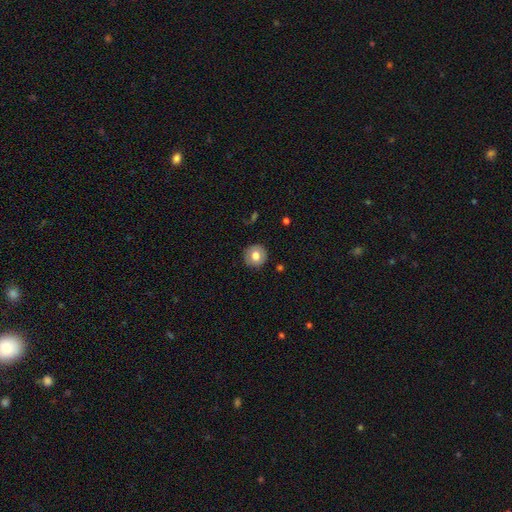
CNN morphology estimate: Smooth or featured?
  - smooth: 75% *
  - featured or disk: 17%
  - star or artifact: 8%
How rounded?
  - round: 93% *
  - in between: 6%
  - cigar-shaped: 1%
Merging?
  - none: 89% *
  - minor disturbance: 8%
  - major disturbance: 2%
  - merger: 1%